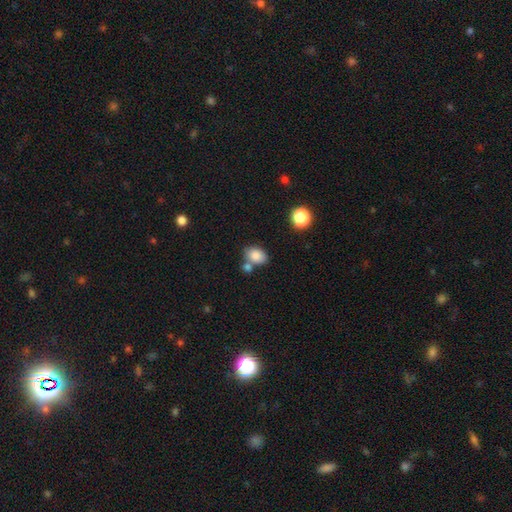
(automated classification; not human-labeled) This appears to be a smooth galaxy with no disk features (84%) that is in between round and cigar-shaped (79%). Merging: none (60%).